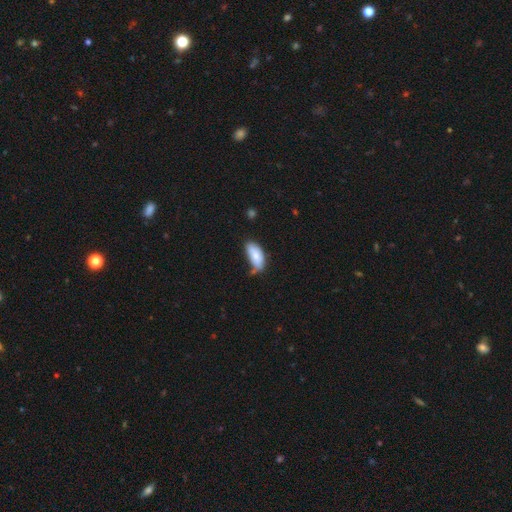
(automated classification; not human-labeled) Smooth or featured? Predicted: smooth (p=0.81). How rounded? Predicted: in between (p=0.90). Merging? Predicted: none (p=0.46).